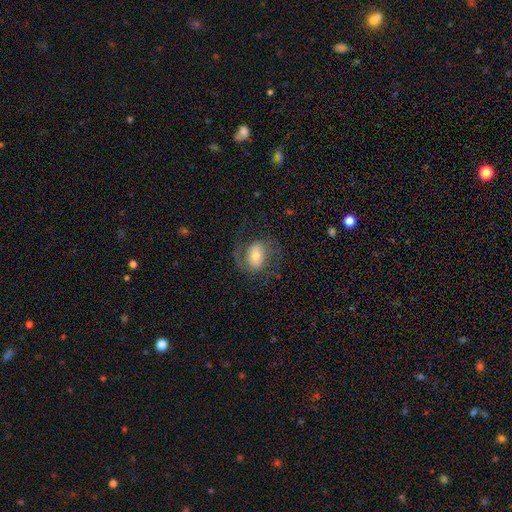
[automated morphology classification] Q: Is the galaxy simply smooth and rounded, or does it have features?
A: featured or disk — 60%.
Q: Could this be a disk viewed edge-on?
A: no — 96%.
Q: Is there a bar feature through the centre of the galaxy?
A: no — 47%.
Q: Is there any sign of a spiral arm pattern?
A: yes — 84%.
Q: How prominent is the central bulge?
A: moderate — 54%.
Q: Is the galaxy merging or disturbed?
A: none — 60%.